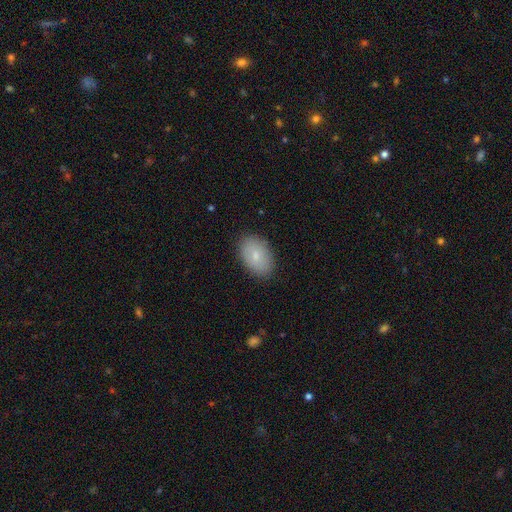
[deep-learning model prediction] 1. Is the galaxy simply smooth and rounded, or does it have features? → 78% smooth, 15% featured or disk, 7% star or artifact.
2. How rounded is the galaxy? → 89% in between, 10% round, 1% cigar-shaped.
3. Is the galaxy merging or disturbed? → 86% none, 10% minor disturbance, 2% major disturbance, 1% merger.